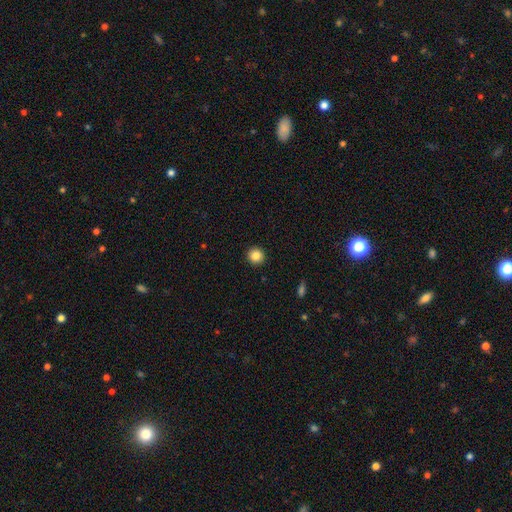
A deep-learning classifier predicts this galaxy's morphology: This is clearly a smooth galaxy (85%). How rounded: clearly round (95%). Merging: clearly none (93%).